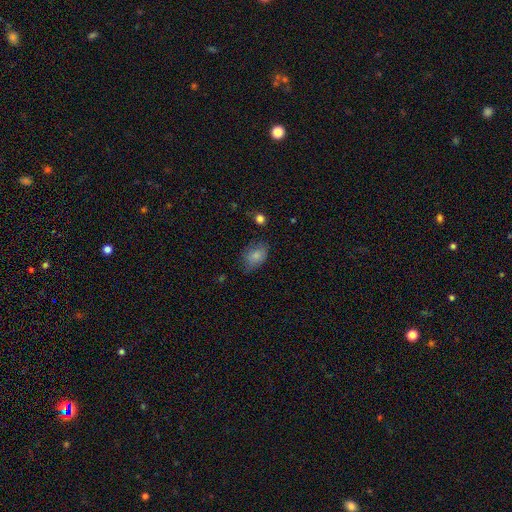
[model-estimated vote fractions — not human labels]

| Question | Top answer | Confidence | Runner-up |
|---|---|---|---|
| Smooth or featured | smooth | 83% | featured or disk (9%) |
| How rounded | in between | 83% | round (16%) |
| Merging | none | 65% | minor disturbance (26%) |